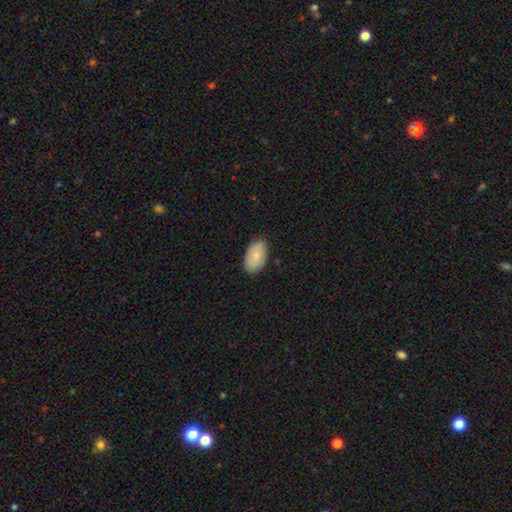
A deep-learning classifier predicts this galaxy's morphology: smooth-or-featured: smooth: 77% | featured or disk: 17% | star or artifact: 6%
  how-rounded: in between: 93% | round: 5% | cigar-shaped: 1%
  merging: none: 82% | minor disturbance: 14% | major disturbance: 3% | merger: 1%